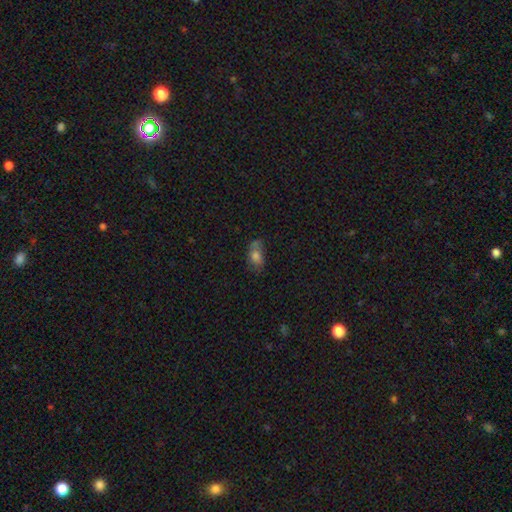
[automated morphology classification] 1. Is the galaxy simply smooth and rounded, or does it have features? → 72% smooth, 15% featured or disk, 13% star or artifact.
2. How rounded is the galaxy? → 82% in between, 12% round, 6% cigar-shaped.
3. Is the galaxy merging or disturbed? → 49% none, 29% minor disturbance, 11% major disturbance, 11% merger.